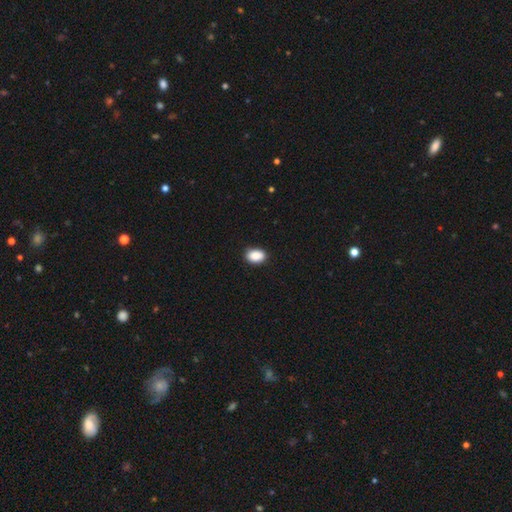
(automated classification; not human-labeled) Smooth or featured? Predicted: smooth (p=0.89). How rounded? Predicted: in between (p=0.84). Merging? Predicted: none (p=0.88).